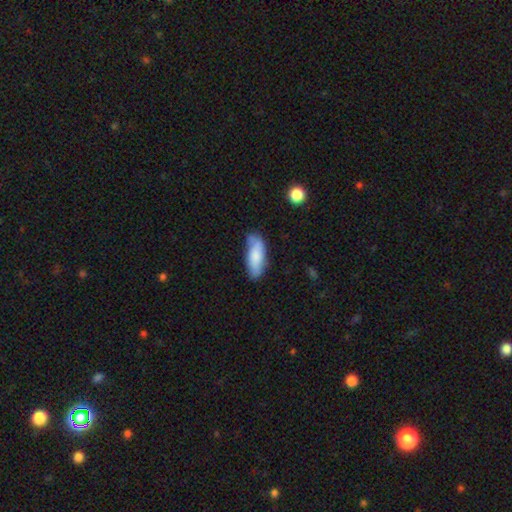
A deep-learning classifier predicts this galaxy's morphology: This appears to be a smooth galaxy with no disk features (79%) that is in between round and cigar-shaped (69%). Merging: none (62%).